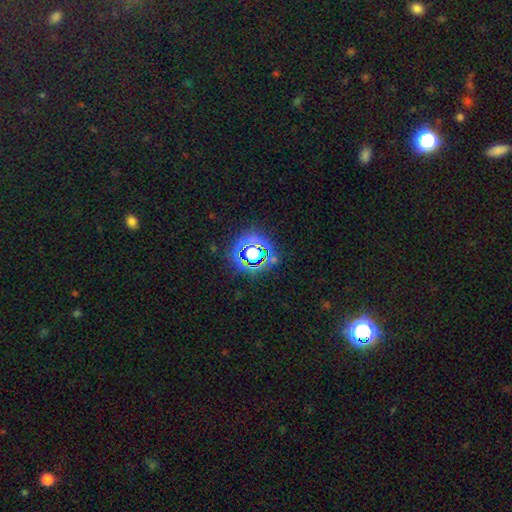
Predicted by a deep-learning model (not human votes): Smooth or featured? Predicted: star or artifact (p=0.73).